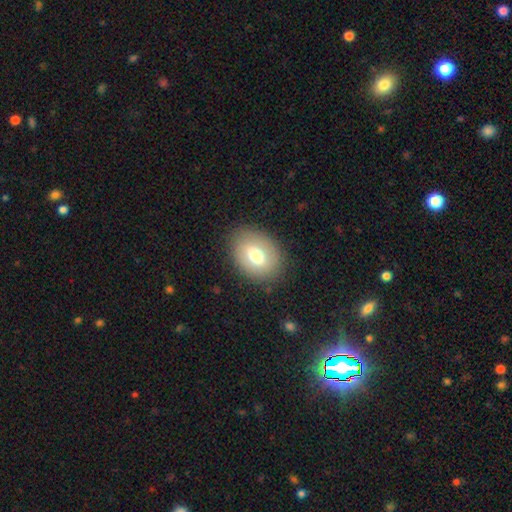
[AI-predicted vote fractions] smooth_or_featured: smooth (p=0.69) [alt: featured or disk p=0.22]
how_rounded: in between (p=0.71) [alt: round p=0.28]
merging: none (p=0.84) [alt: minor disturbance p=0.11]